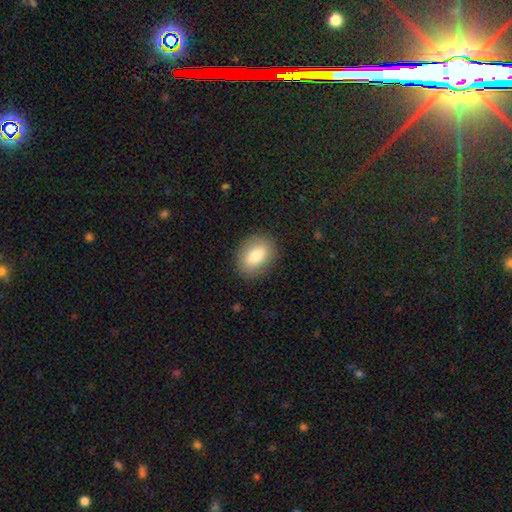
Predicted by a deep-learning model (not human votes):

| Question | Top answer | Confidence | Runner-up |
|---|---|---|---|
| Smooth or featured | smooth | 76% | featured or disk (16%) |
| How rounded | in between | 69% | round (30%) |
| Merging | none | 86% | minor disturbance (9%) |